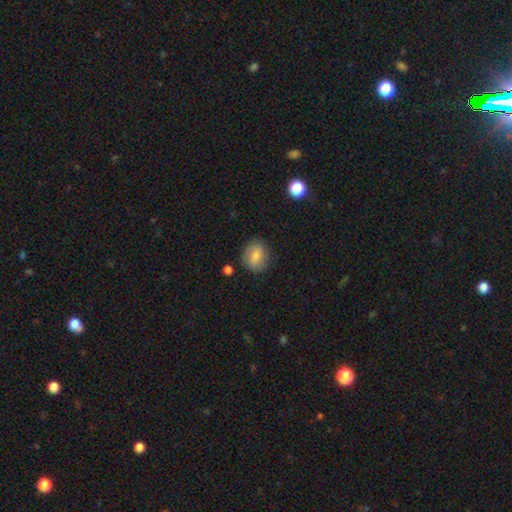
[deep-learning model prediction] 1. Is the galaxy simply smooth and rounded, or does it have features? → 74% smooth, 17% featured or disk, 9% star or artifact.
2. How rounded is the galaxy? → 68% round, 31% in between, 1% cigar-shaped.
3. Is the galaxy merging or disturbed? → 82% none, 13% minor disturbance, 3% major disturbance, 2% merger.